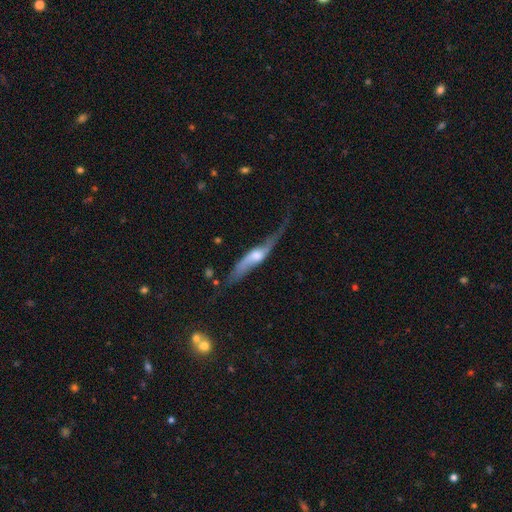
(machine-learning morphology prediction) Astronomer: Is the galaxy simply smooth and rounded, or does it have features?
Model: featured or disk — 66%.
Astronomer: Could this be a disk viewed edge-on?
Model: yes — 64%.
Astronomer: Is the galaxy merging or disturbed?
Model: none — 43% (runner-up: minor disturbance, 29%).